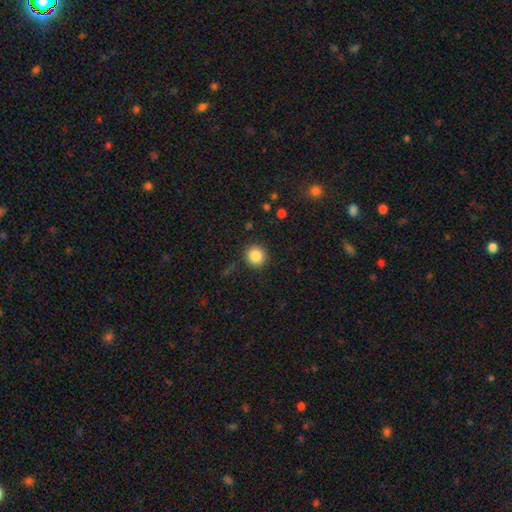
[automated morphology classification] Q: Smooth or featured?
A: smooth (85%); runner-up: star or artifact (10%)
Q: How rounded?
A: round (91%); runner-up: in between (8%)
Q: Merging?
A: none (90%); runner-up: minor disturbance (7%)